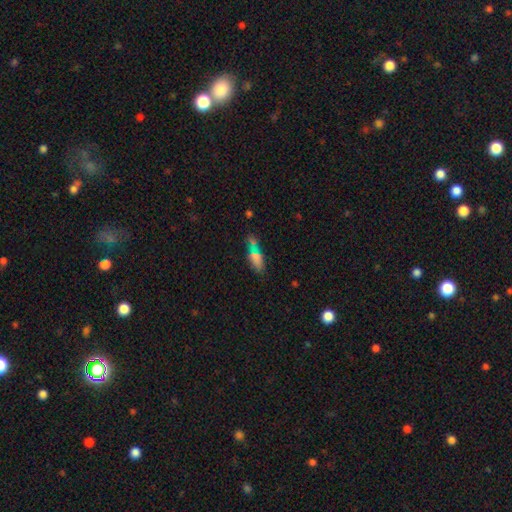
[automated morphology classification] Smooth or featured: smooth — 69% (star or artifact — 19%)
How rounded: in between — 69% (cigar-shaped — 27%)
Merging: none — 68% (minor disturbance — 17%)